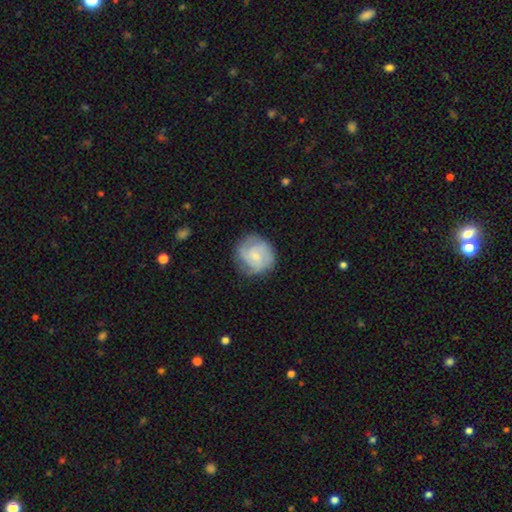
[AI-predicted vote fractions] Q: Smooth or featured?
A: featured or disk (66%); runner-up: smooth (28%)
Q: Edge-on disk?
A: no (98%); runner-up: yes (2%)
Q: Bar?
A: no (63%); runner-up: weak (33%)
Q: Spiral arms?
A: yes (93%); runner-up: no (7%)
Q: Spiral winding?
A: tight (51%); runner-up: medium (39%)
Q: Spiral arm count?
A: 3 (39%); runner-up: can't tell (23%)
Q: Bulge size?
A: small (61%); runner-up: moderate (26%)
Q: Merging?
A: none (76%); runner-up: minor disturbance (17%)